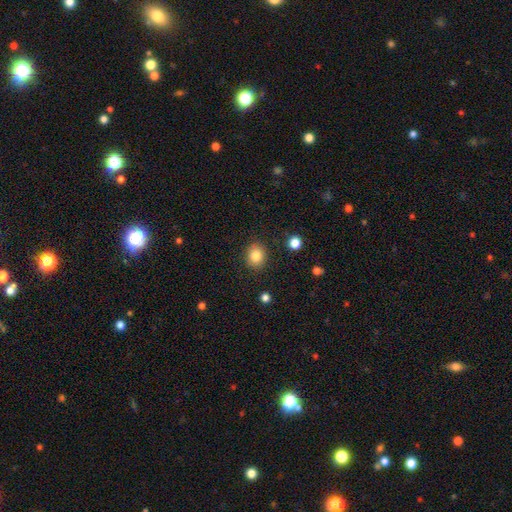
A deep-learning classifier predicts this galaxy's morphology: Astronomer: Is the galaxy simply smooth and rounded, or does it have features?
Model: smooth — 84%.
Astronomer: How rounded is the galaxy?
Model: round — 62% (runner-up: in between, 37%).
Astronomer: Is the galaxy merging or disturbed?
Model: none — 87%.